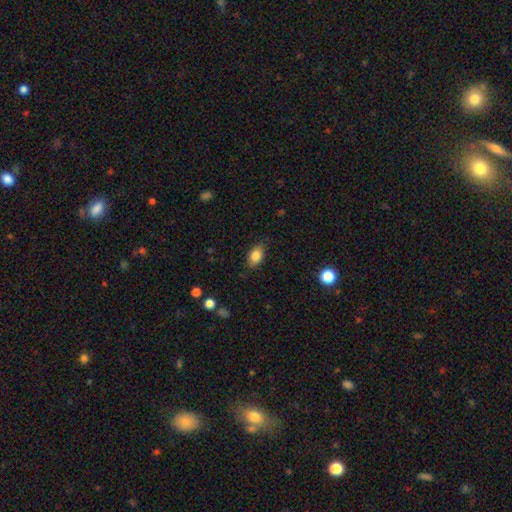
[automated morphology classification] Q: Smooth or featured?
A: smooth (84%); runner-up: star or artifact (8%)
Q: How rounded?
A: in between (85%); runner-up: round (12%)
Q: Merging?
A: none (81%); runner-up: minor disturbance (15%)